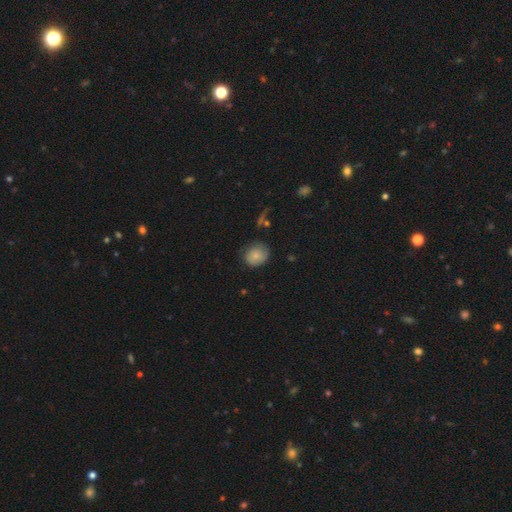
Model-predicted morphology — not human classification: Overall: smooth (78%). How rounded: round (72%). Merging: none (72%).